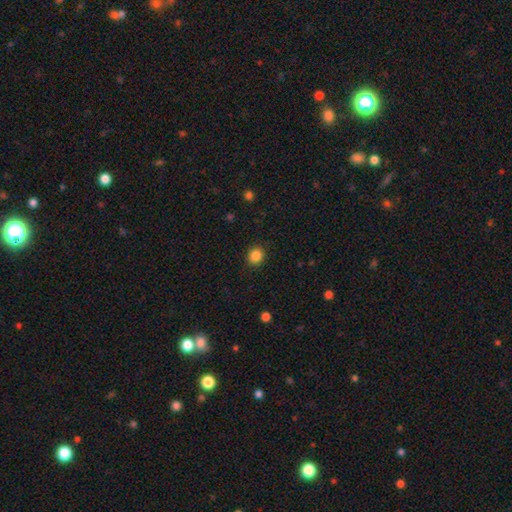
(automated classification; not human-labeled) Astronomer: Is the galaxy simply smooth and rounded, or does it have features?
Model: smooth — 86%.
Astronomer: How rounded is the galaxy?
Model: round — 82%.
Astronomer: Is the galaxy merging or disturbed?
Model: none — 91%.